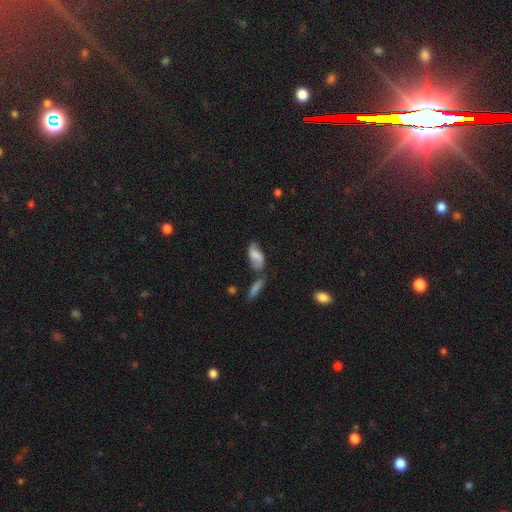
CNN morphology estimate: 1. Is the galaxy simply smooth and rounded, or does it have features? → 52% smooth, 39% featured or disk, 9% star or artifact.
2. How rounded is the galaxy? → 85% in between, 11% cigar-shaped, 4% round.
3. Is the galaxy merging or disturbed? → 47% none, 23% minor disturbance, 19% merger, 10% major disturbance.